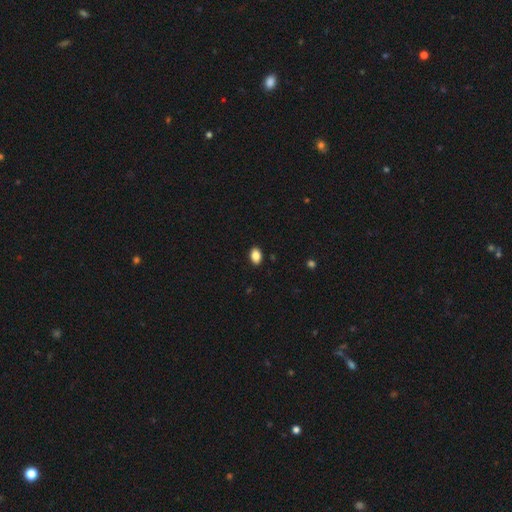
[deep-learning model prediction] Smooth or featured: smooth — 86% (star or artifact — 9%)
How rounded: in between — 84% (round — 14%)
Merging: none — 90% (minor disturbance — 7%)